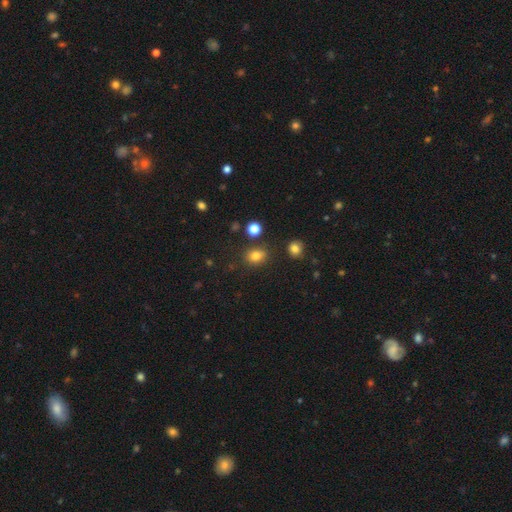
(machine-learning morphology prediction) smooth_or_featured: smooth (p=0.80) [alt: star or artifact p=0.14]
how_rounded: round (p=0.50) [alt: in between p=0.48]
merging: none (p=0.78) [alt: minor disturbance p=0.12]